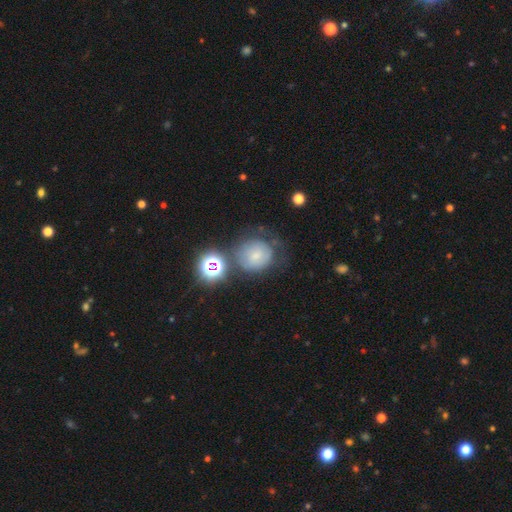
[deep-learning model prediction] A smooth galaxy with no disk features (54%) that is round (83%).

Vote fractions:
- Smooth or featured? smooth: 54% / featured or disk: 28% / star or artifact: 18%
- How rounded? round: 83% / in between: 16% / cigar-shaped: 1%
- Merging? none: 51% / minor disturbance: 22% / major disturbance: 16% / merger: 11%